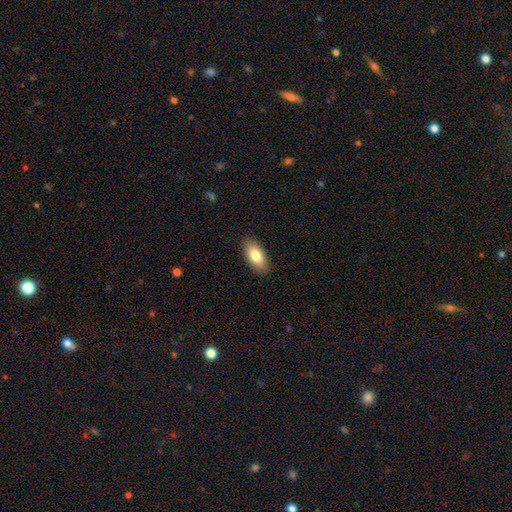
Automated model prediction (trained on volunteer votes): Q: Smooth or featured?
A: smooth (81%); runner-up: featured or disk (13%)
Q: How rounded?
A: in between (92%); runner-up: cigar-shaped (6%)
Q: Merging?
A: none (89%); runner-up: minor disturbance (8%)